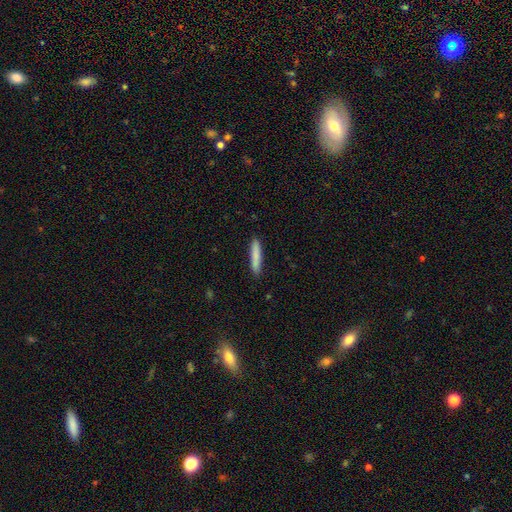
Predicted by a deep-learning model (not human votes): smooth-or-featured: smooth: 83% | featured or disk: 11% | star or artifact: 6%
  how-rounded: cigar-shaped: 91% | in between: 8% | round: 1%
  merging: none: 89% | minor disturbance: 8% | major disturbance: 2% | merger: 1%